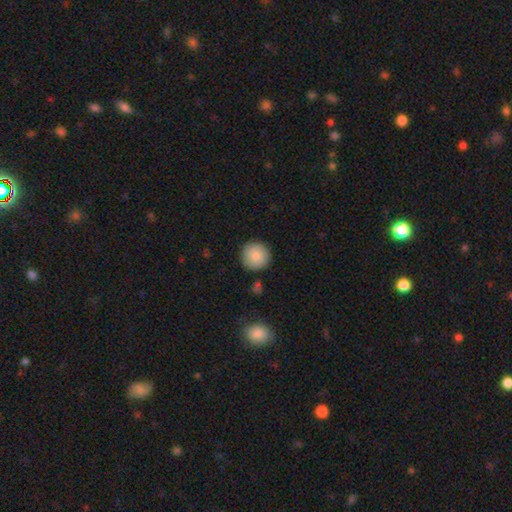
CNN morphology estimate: Smooth or featured: smooth — 87% (star or artifact — 7%)
How rounded: round — 95% (in between — 4%)
Merging: none — 89% (minor disturbance — 7%)